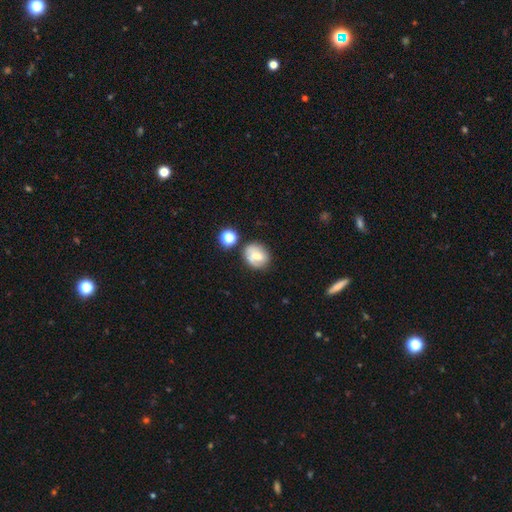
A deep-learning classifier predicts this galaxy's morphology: Smooth or featured? Predicted: smooth (p=0.49). Merging? Predicted: none (p=0.68).